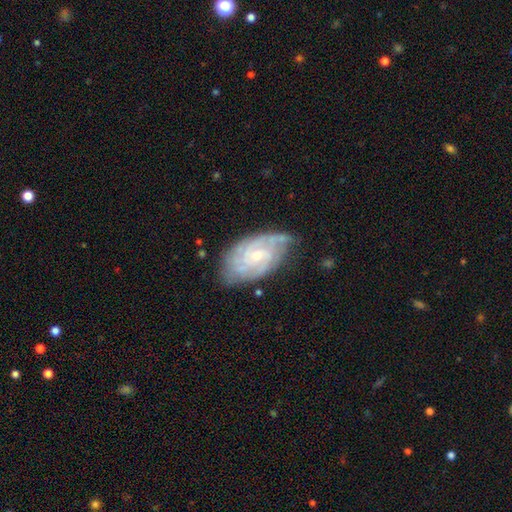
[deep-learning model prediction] Smooth or featured? Predicted: featured or disk (p=0.83). Edge-on disk? Predicted: no (p=0.96). Bar? Predicted: no (p=0.58). Spiral arms? Predicted: yes (p=0.95). Spiral winding? Predicted: tight (p=0.61). Spiral arm count? Predicted: can't tell (p=0.34). Bulge size? Predicted: small (p=0.66). Merging? Predicted: none (p=0.66).